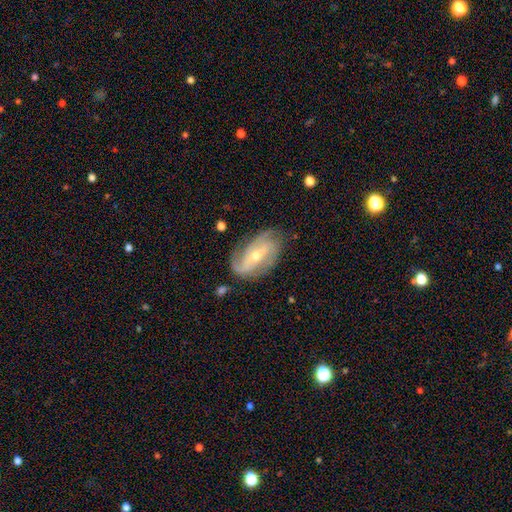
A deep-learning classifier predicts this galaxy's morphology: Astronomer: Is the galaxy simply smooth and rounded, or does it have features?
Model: featured or disk — 84%.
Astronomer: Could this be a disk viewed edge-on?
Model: no — 95%.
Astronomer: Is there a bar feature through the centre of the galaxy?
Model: weak — 36% (runner-up: no, 34%).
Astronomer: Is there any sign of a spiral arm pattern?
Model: yes — 94%.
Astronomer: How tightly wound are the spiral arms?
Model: tight — 41% (runner-up: medium, 40%).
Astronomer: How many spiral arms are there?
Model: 2 — 44% (runner-up: 3, 25%).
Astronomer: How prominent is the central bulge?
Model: small — 50% (runner-up: moderate, 47%).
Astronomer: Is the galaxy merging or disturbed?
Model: none — 70%.